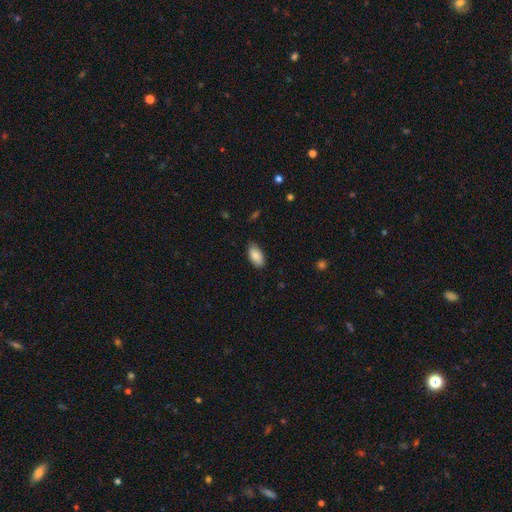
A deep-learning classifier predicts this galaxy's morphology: This appears to be a smooth galaxy with no disk features (88%) that is in between round and cigar-shaped (94%). Merging: none (80%).